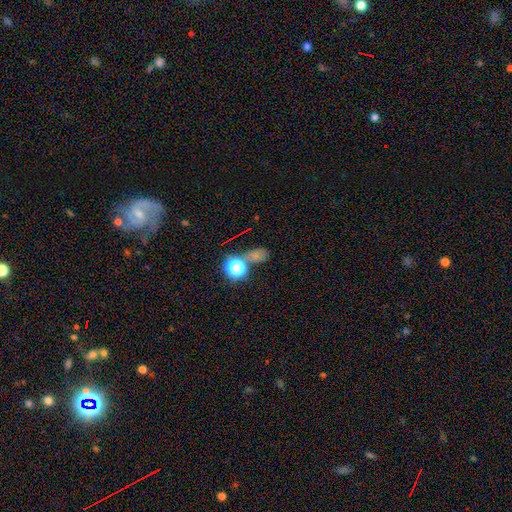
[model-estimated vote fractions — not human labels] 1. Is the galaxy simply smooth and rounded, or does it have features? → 57% smooth, 33% star or artifact, 9% featured or disk.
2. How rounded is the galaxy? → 52% in between, 45% round, 3% cigar-shaped.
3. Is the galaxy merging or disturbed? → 55% none, 21% merger, 15% minor disturbance, 9% major disturbance.